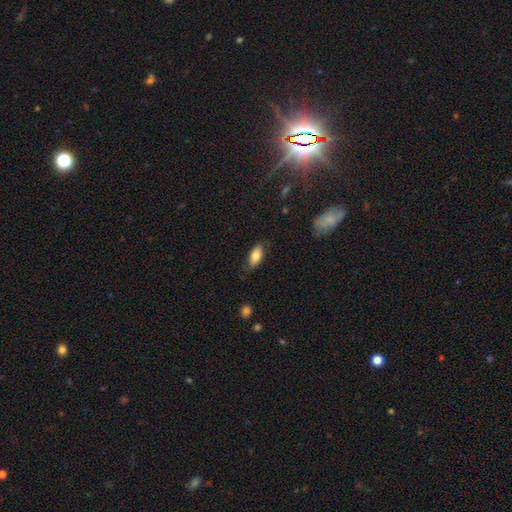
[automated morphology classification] Overall: smooth (76%). How rounded: in between (85%). Merging: none (78%).